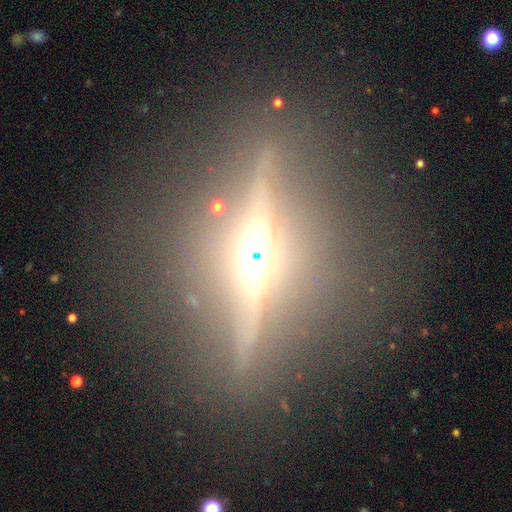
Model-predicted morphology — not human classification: Q: Smooth or featured?
A: featured or disk (82%); runner-up: star or artifact (10%)
Q: Edge-on disk?
A: yes (94%); runner-up: no (6%)
Q: Edge-on bulge?
A: rounded (93%); runner-up: boxy (4%)
Q: Merging?
A: none (82%); runner-up: minor disturbance (10%)